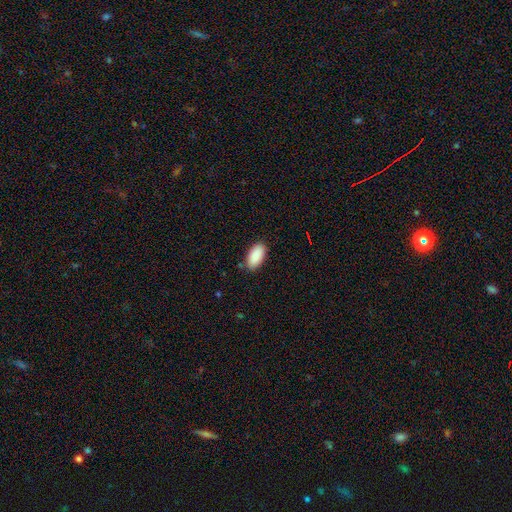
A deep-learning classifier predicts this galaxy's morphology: This appears to be a smooth galaxy with no disk features (90%) that is in between round and cigar-shaped (94%). Merging: none (85%).